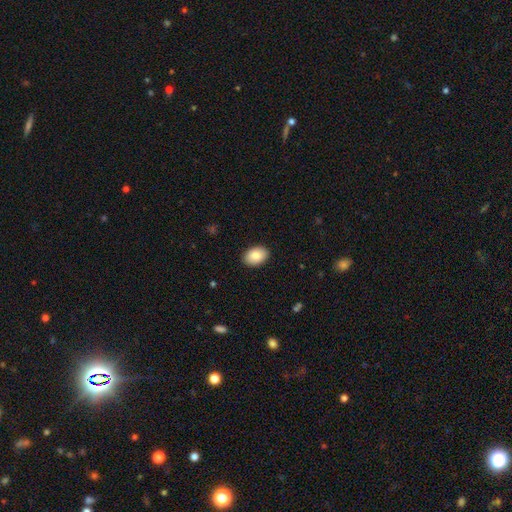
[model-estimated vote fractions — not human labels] The model was most divided on "how rounded": in between: 85%, round: 14%, cigar-shaped: 1%. More confident: merging — none (90%); smooth or featured — smooth (87%).